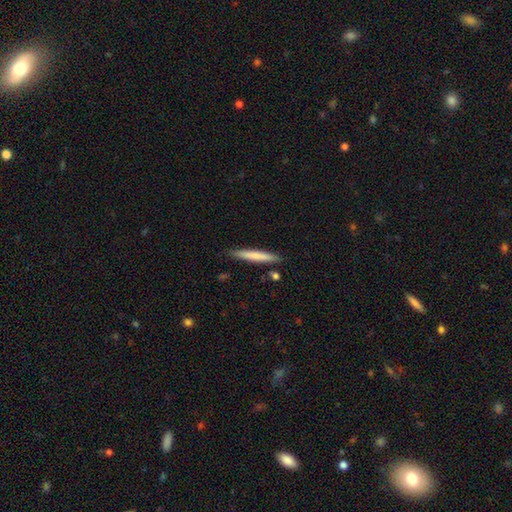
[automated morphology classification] smooth_or_featured: smooth (p=0.70) [alt: featured or disk p=0.25]
how_rounded: cigar-shaped (p=0.95) [alt: in between p=0.04]
merging: none (p=0.87) [alt: minor disturbance p=0.09]